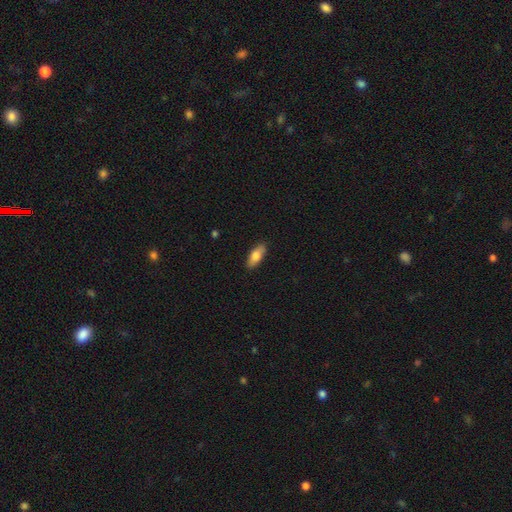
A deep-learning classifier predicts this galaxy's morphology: The model was most divided on "smooth or featured": smooth: 77%, featured or disk: 17%, star or artifact: 6%. More confident: merging — none (86%); how rounded — in between (80%).